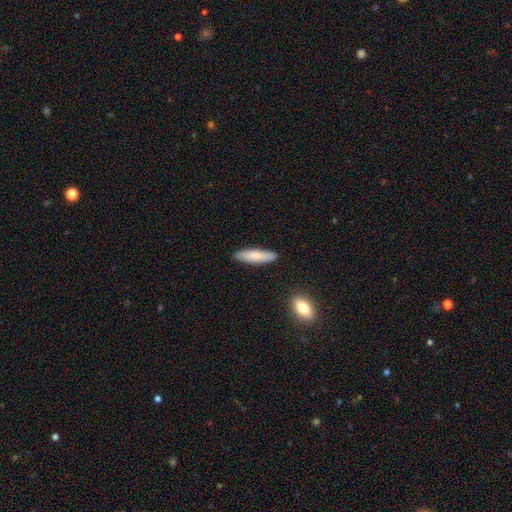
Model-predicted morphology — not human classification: The model was most divided on "how rounded": cigar-shaped: 71%, in between: 27%, round: 1%. More confident: merging — none (87%); smooth or featured — smooth (80%).